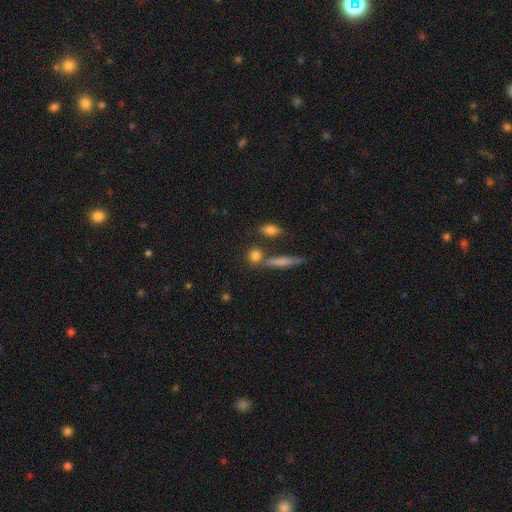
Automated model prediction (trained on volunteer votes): A smooth galaxy with no disk features (80%) that is round (66%).

Vote fractions:
- Smooth or featured? smooth: 80% / star or artifact: 10% / featured or disk: 10%
- How rounded? round: 66% / in between: 21% / cigar-shaped: 14%
- Merging? none: 69% / merger: 17% / minor disturbance: 10% / major disturbance: 4%